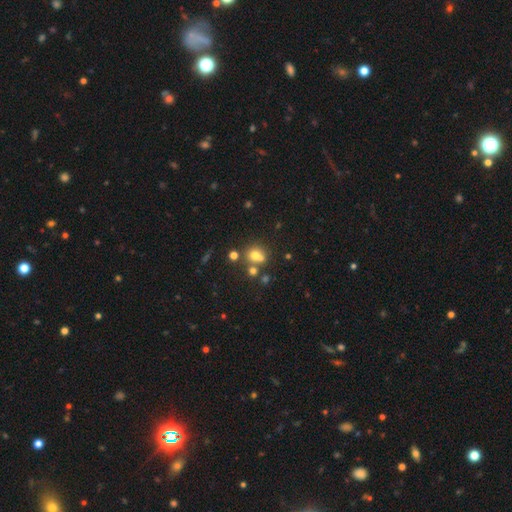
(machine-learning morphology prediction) The model was most divided on "merging": none: 52%, merger: 31%, minor disturbance: 12%, major disturbance: 5%. More confident: how rounded — round (71%); smooth or featured — smooth (68%).